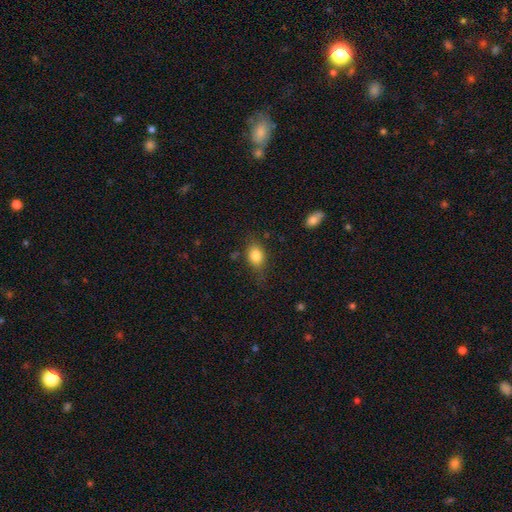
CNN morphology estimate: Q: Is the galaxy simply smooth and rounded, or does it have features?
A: smooth — 81%.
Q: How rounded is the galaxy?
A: in between — 64%.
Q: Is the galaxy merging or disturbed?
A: none — 67%.